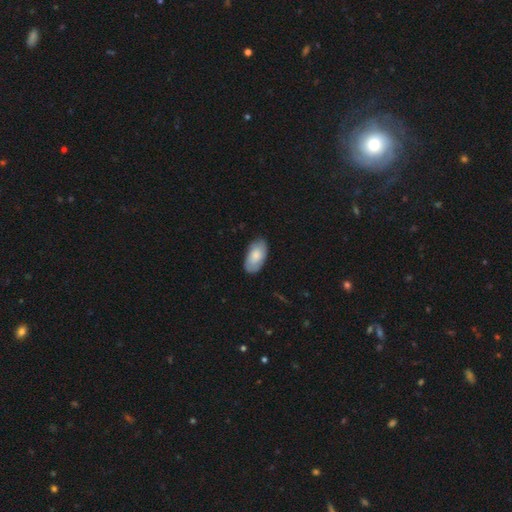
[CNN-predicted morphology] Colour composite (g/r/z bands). It shows a smooth galaxy with no disk features (74%) that is in between round and cigar-shaped (95%). Merging: none (80%).